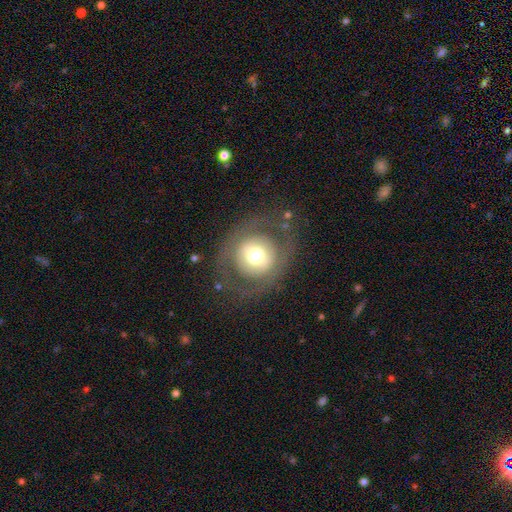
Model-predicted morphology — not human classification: Smooth or featured: smooth — 48% (featured or disk — 44%)
Merging: none — 75% (major disturbance — 12%)